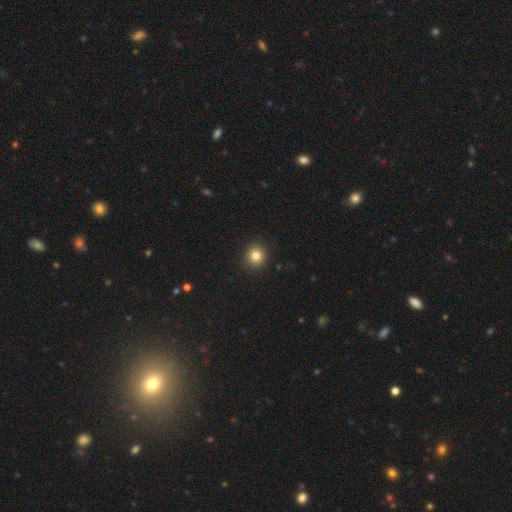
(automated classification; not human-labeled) Morphology: type=smooth (83%); roundness=round (93%); merging=none (92%).